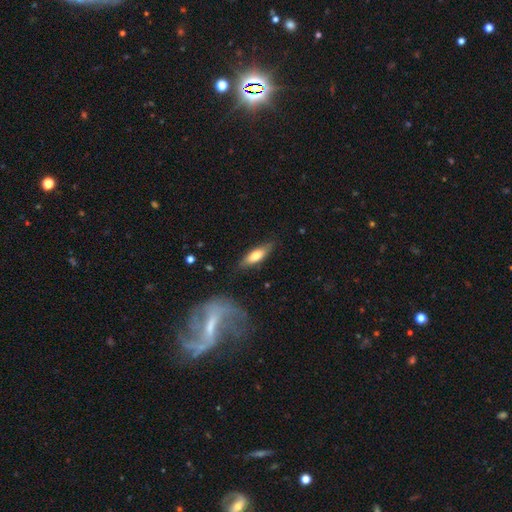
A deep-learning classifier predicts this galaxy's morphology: smooth-or-featured: smooth: 68% | featured or disk: 26% | star or artifact: 6%
  how-rounded: in between: 55% | cigar-shaped: 43% | round: 2%
  merging: none: 78% | minor disturbance: 16% | major disturbance: 4% | merger: 2%